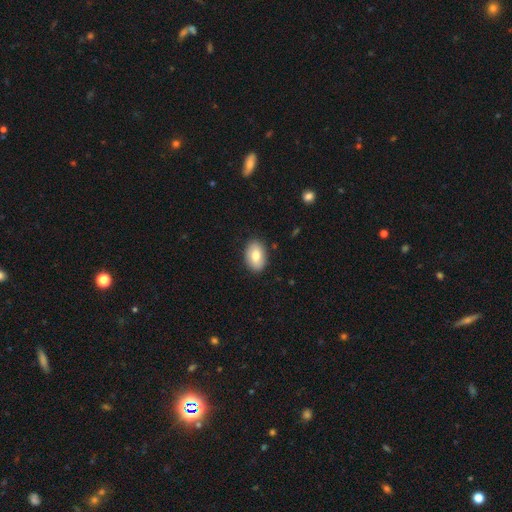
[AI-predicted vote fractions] This is likely a smooth galaxy (78%). How rounded: clearly in between (87%). Merging: clearly none (88%).